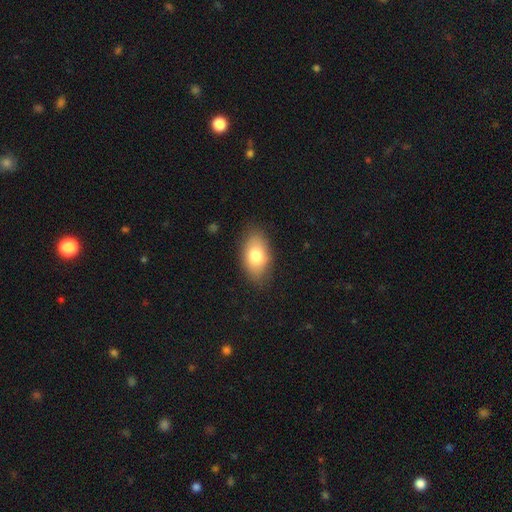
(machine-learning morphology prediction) A smooth galaxy with no disk features (77%) that is in between round and cigar-shaped (91%).

Vote fractions:
- Smooth or featured? smooth: 77% / featured or disk: 15% / star or artifact: 7%
- How rounded? in between: 91% / round: 8% / cigar-shaped: 2%
- Merging? none: 82% / minor disturbance: 13% / major disturbance: 3% / merger: 1%